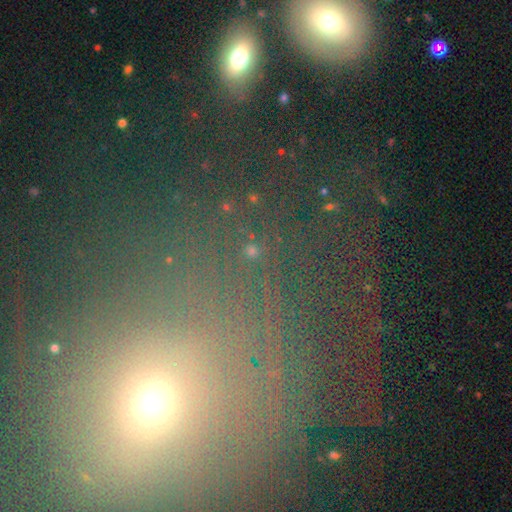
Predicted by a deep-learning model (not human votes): Overall: star or artifact (67%).